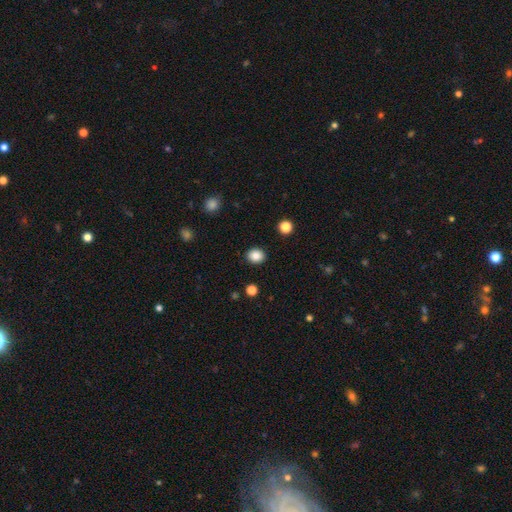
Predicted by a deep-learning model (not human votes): smooth-or-featured: smooth: 86% | star or artifact: 10% | featured or disk: 4%
  how-rounded: round: 66% | in between: 33% | cigar-shaped: 1%
  merging: none: 90% | minor disturbance: 6% | major disturbance: 2% | merger: 1%